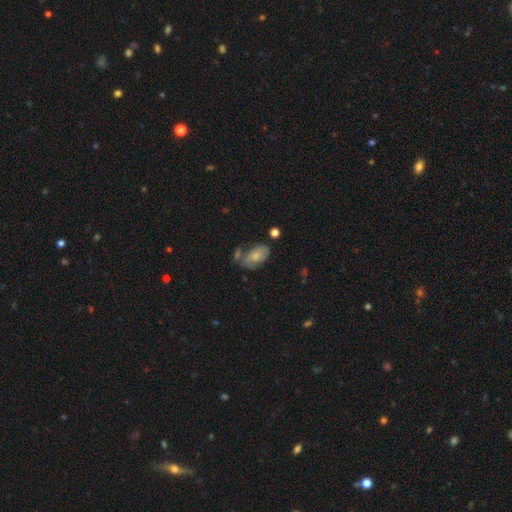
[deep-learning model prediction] Smooth or featured: smooth — 74% (featured or disk — 19%)
How rounded: in between — 91% (round — 7%)
Merging: none — 52% (minor disturbance — 25%)